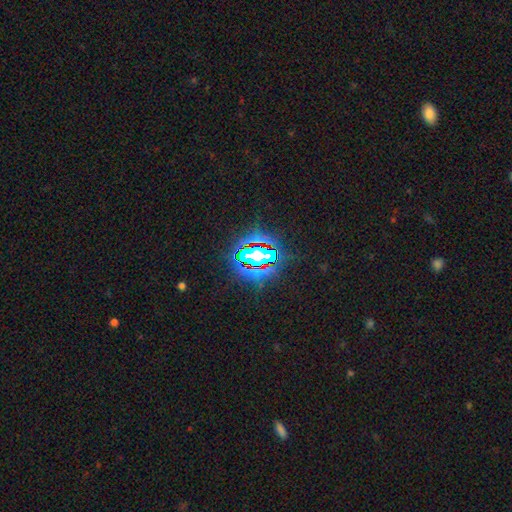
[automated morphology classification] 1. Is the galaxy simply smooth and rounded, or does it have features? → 83% star or artifact, 10% smooth, 7% featured or disk.